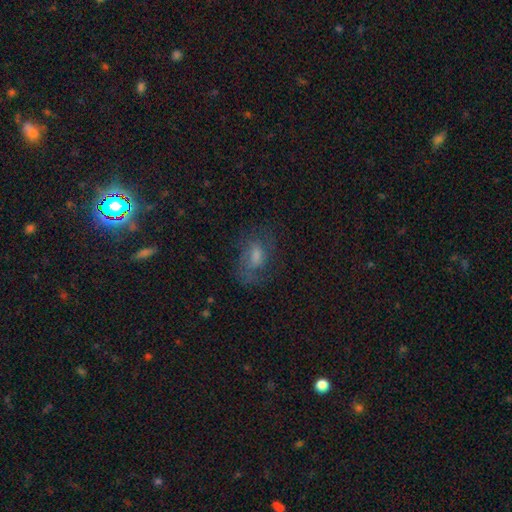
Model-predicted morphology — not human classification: Smooth or featured? Predicted: featured or disk (p=0.47). Merging? Predicted: none (p=0.62).